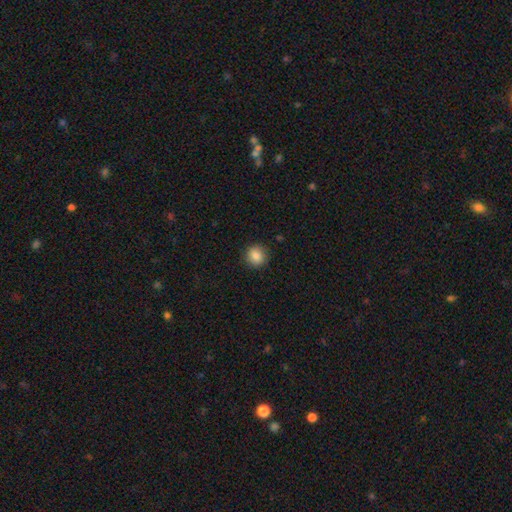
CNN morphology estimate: This appears to be a smooth galaxy with no disk features (87%) that is round (89%). Merging: none (89%).